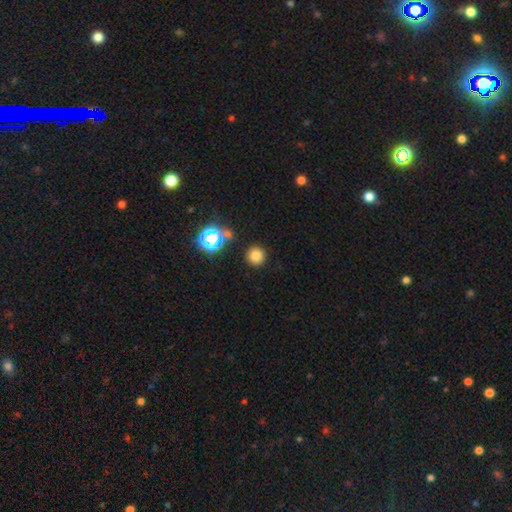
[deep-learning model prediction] Smooth or featured: smooth — 76% (star or artifact — 18%)
How rounded: round — 95% (in between — 4%)
Merging: none — 88% (minor disturbance — 6%)